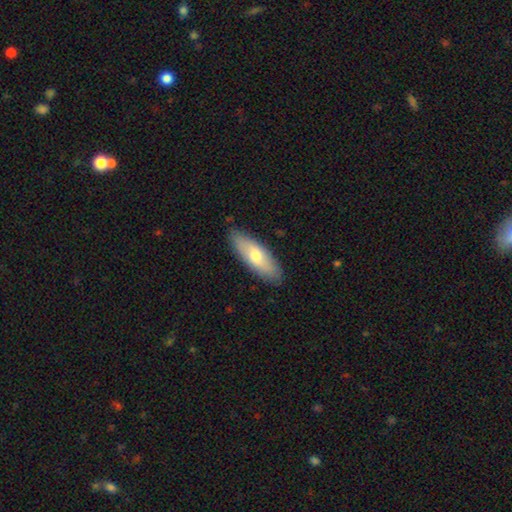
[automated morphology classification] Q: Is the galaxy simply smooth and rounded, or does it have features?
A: smooth — 66%.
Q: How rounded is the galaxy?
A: in between — 59%.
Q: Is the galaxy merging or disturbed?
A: none — 86%.